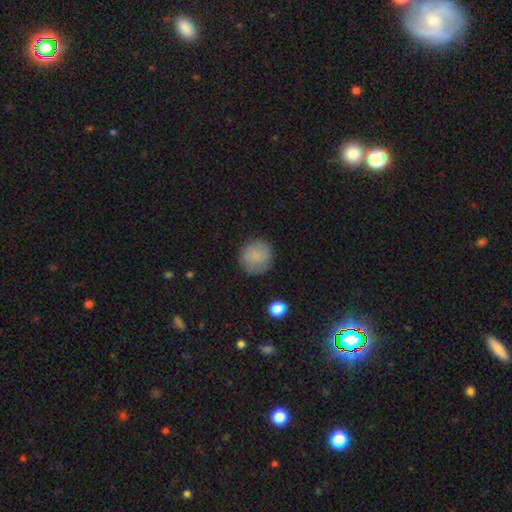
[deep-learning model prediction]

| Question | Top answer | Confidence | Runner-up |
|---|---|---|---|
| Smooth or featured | smooth | 75% | featured or disk (17%) |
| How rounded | round | 91% | in between (8%) |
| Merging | none | 81% | minor disturbance (14%) |